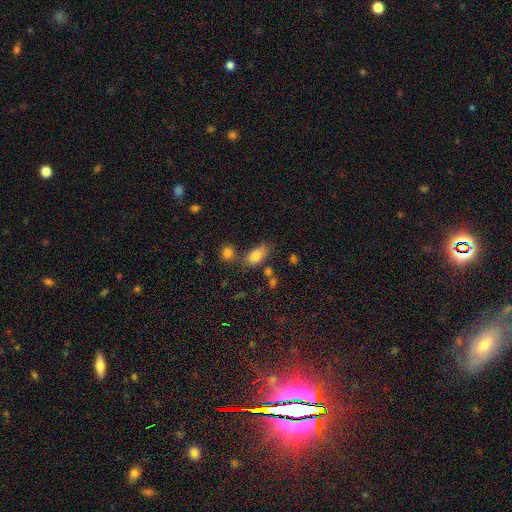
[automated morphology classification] This appears to be a smooth galaxy with no disk features (82%) that is in between round and cigar-shaped (89%). Merging: none (56%).